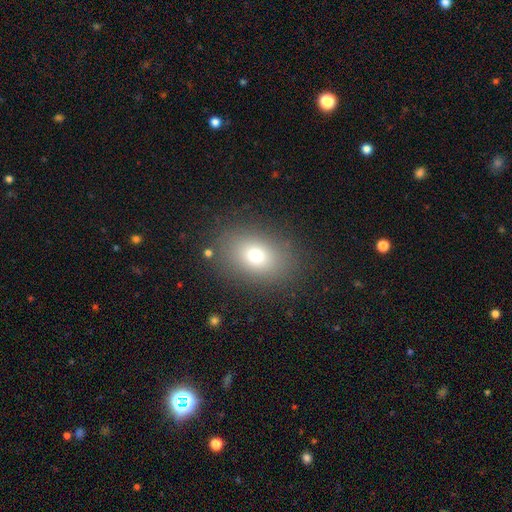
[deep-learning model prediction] smooth-or-featured: smooth: 72% | star or artifact: 15% | featured or disk: 13%
  how-rounded: in between: 67% | round: 32% | cigar-shaped: 1%
  merging: none: 84% | minor disturbance: 10% | major disturbance: 5% | merger: 2%